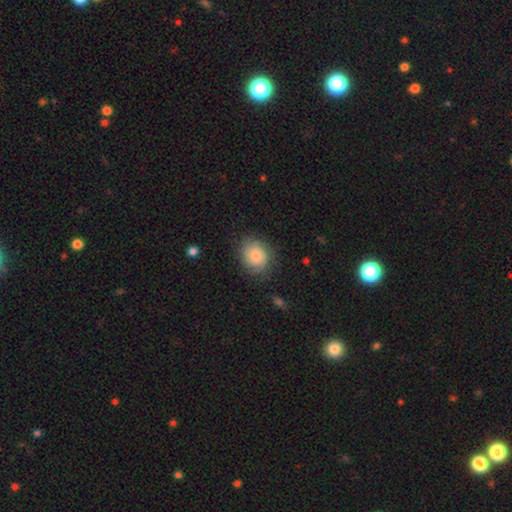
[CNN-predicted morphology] Overall: smooth (54%; featured or disk 37%). How rounded: round (65%; in between 34%). Merging: none (75%).